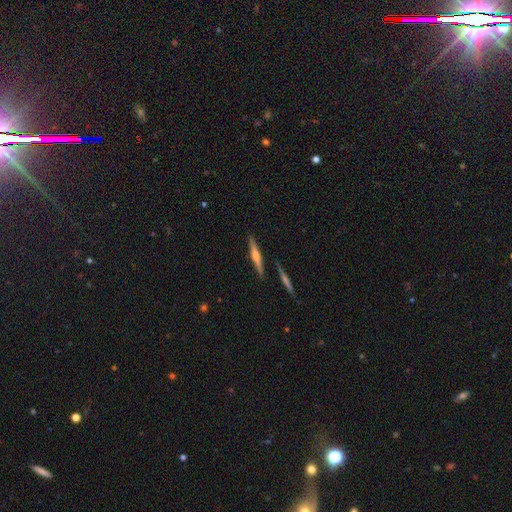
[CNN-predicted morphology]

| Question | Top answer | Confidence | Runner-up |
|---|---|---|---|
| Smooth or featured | featured or disk | 68% | smooth (26%) |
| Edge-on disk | yes | 98% | no (2%) |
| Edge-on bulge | rounded | 77% | boxy (14%) |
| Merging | none | 85% | minor disturbance (8%) |